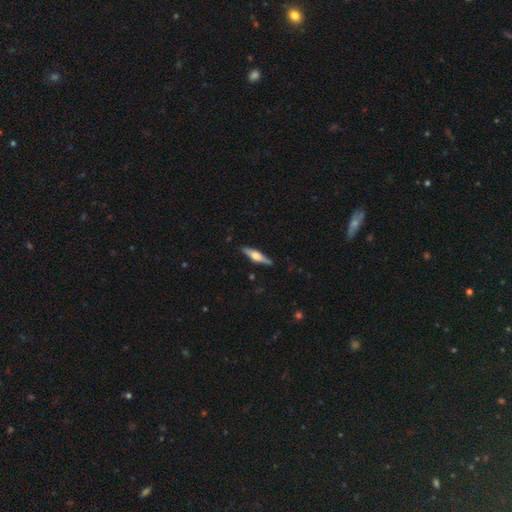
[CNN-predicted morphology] Smooth or featured? Predicted: featured or disk (p=0.64). Edge-on disk? Predicted: yes (p=0.97). Edge-on bulge? Predicted: rounded (p=0.87). Merging? Predicted: none (p=0.88).